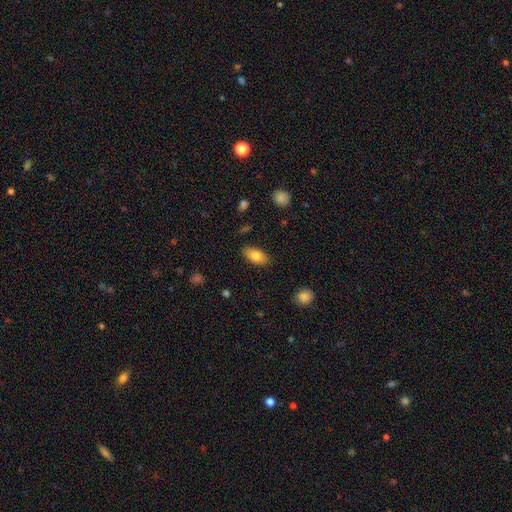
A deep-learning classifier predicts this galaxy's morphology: smooth_or_featured: smooth (p=0.80) [alt: featured or disk p=0.12]
how_rounded: in between (p=0.91) [alt: cigar-shaped p=0.05]
merging: none (p=0.86) [alt: minor disturbance p=0.10]